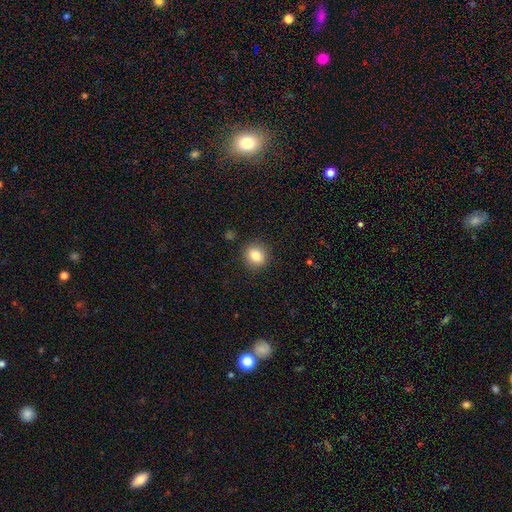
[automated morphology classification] smooth_or_featured: smooth (p=0.83) [alt: star or artifact p=0.10]
how_rounded: round (p=0.81) [alt: in between p=0.18]
merging: none (p=0.90) [alt: minor disturbance p=0.07]